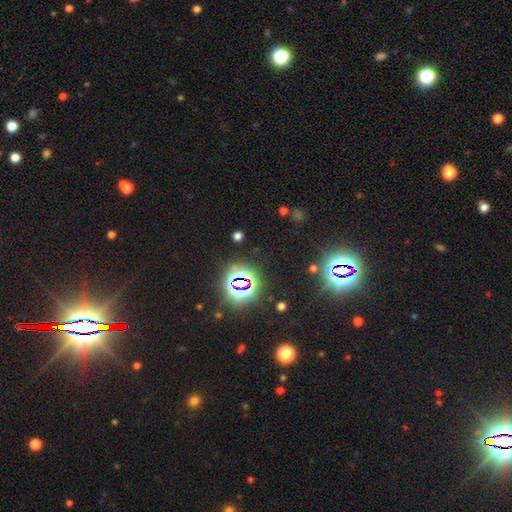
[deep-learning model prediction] star or artifact 83%, smooth 10%, featured or disk 7%.